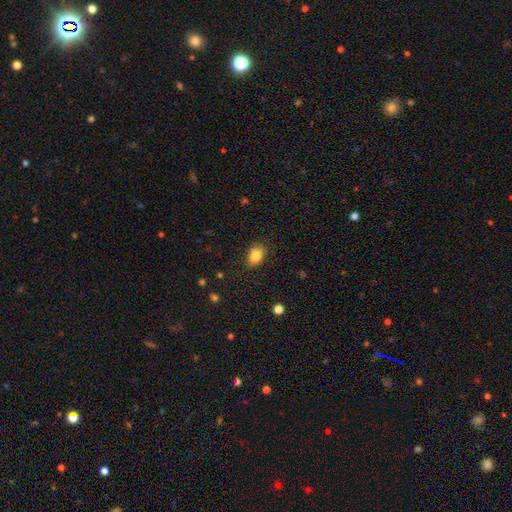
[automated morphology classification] smooth 84%, star or artifact 9%, featured or disk 7%. Down the decision tree: how rounded — in between (77%); merging — none (80%).